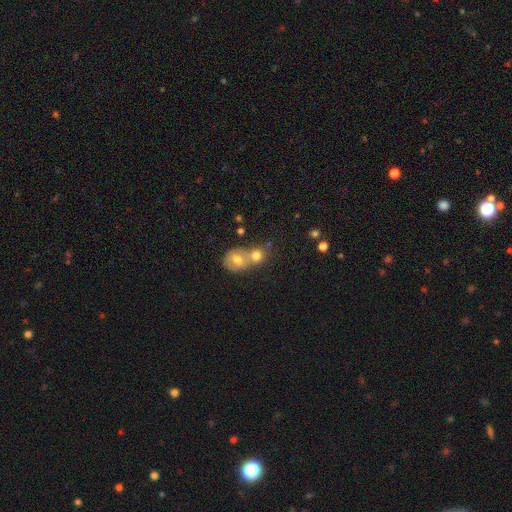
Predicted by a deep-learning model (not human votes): smooth-or-featured: smooth: 57% | star or artifact: 24% | featured or disk: 20%
  how-rounded: round: 63% | in between: 33% | cigar-shaped: 4%
  merging: merger: 56% | none: 31% | minor disturbance: 7% | major disturbance: 5%